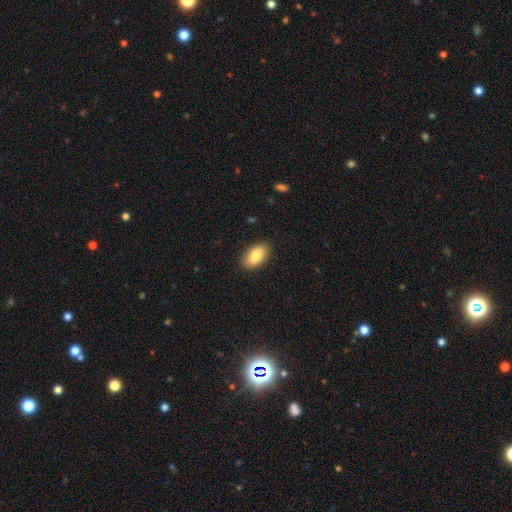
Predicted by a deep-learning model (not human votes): Overall: smooth (83%). How rounded: in between (93%). Merging: none (87%).